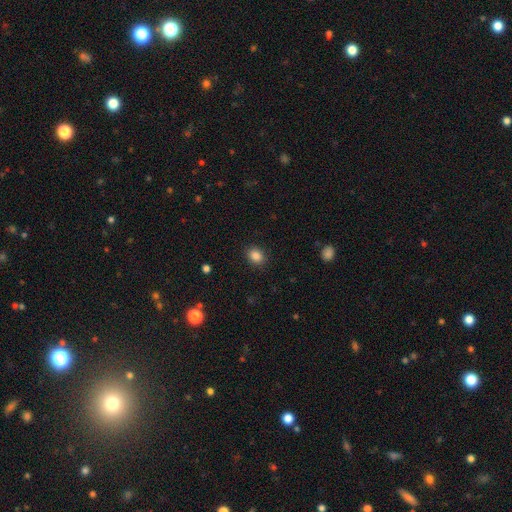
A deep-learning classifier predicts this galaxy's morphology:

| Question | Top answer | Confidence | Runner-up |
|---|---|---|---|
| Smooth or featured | smooth | 86% | star or artifact (10%) |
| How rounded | round | 52% | in between (47%) |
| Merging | none | 88% | minor disturbance (8%) |